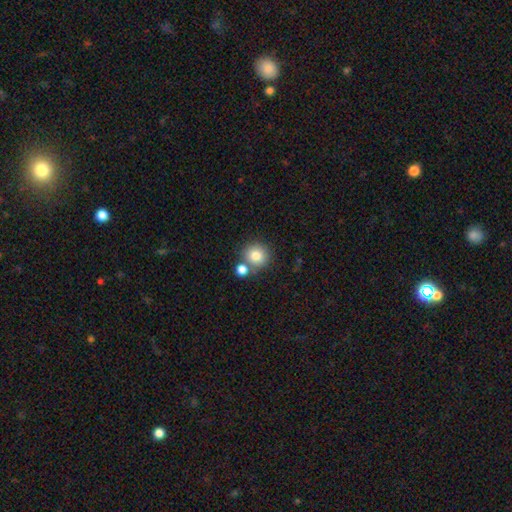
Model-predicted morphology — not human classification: A smooth galaxy with no disk features (80%) that is round (91%). Merging: none (66%).